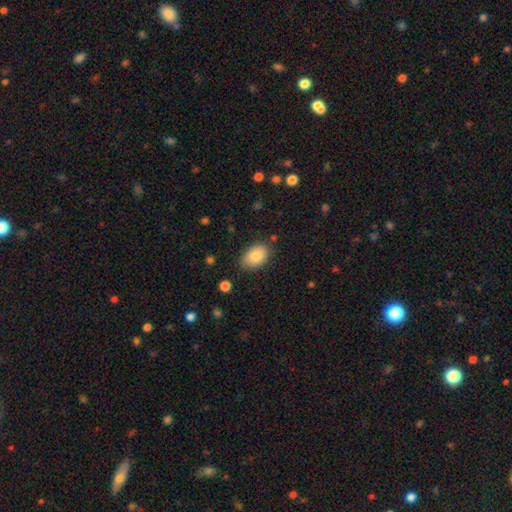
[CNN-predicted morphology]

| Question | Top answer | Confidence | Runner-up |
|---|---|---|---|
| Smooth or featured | smooth | 83% | featured or disk (10%) |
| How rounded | in between | 86% | round (13%) |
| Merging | none | 80% | minor disturbance (15%) |